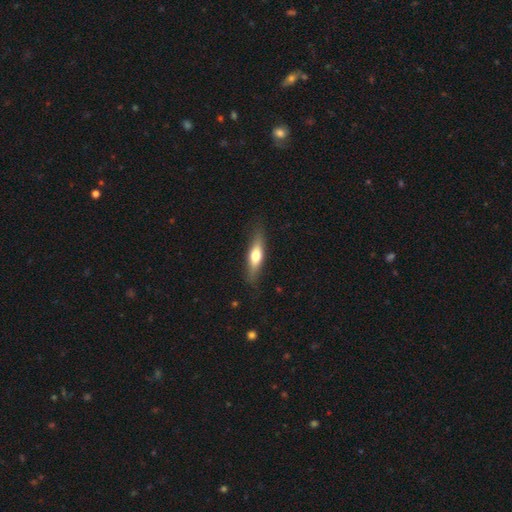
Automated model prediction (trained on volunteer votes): Overall: smooth (56%; featured or disk 38%). How rounded: cigar-shaped (66%; in between 32%). Merging: none (84%).